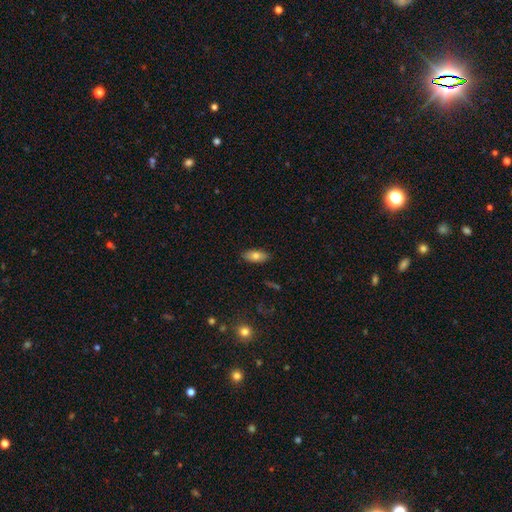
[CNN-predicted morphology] smooth_or_featured: smooth (p=0.76) [alt: featured or disk p=0.16]
how_rounded: in between (p=0.87) [alt: cigar-shaped p=0.10]
merging: none (p=0.88) [alt: minor disturbance p=0.09]